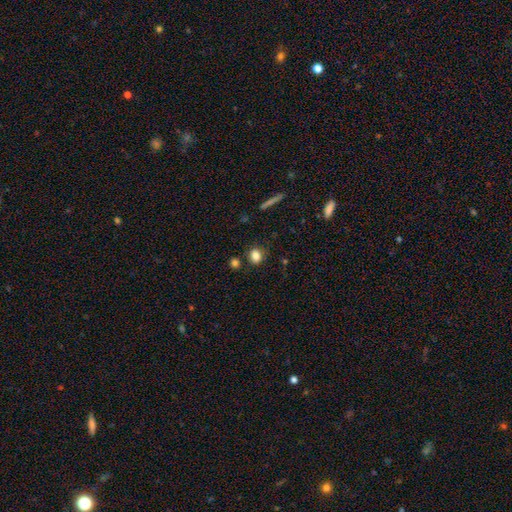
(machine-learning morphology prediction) smooth 83%, star or artifact 11%, featured or disk 6%. Down the decision tree: how rounded — round (61%); merging — none (79%).